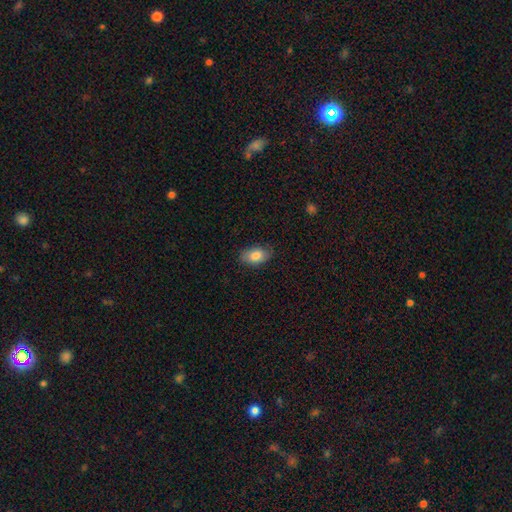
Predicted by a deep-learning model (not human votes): Morphology: type=smooth (82%); roundness=in between (91%); merging=none (83%).